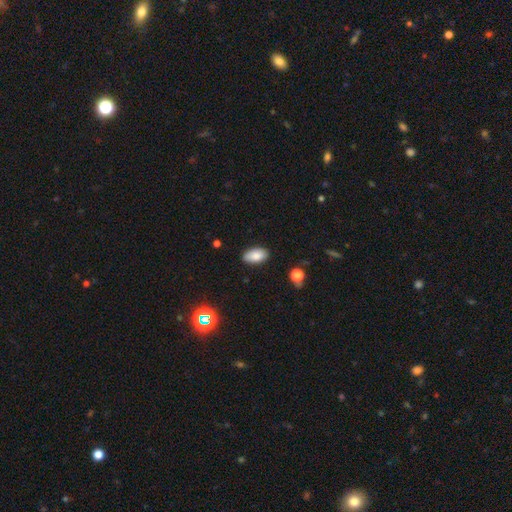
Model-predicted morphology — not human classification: smooth_or_featured: smooth (p=0.85) [alt: star or artifact p=0.08]
how_rounded: in between (p=0.94) [alt: round p=0.04]
merging: none (p=0.86) [alt: minor disturbance p=0.11]